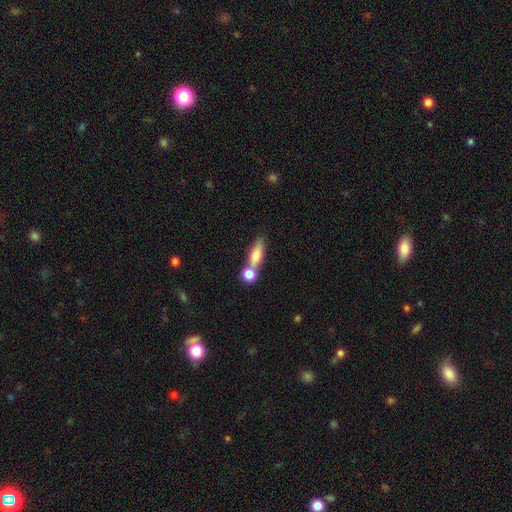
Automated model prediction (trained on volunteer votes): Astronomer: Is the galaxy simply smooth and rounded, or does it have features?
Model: smooth — 73%.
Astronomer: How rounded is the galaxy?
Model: in between — 59%.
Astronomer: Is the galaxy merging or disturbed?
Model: merger — 54% (runner-up: none, 33%).